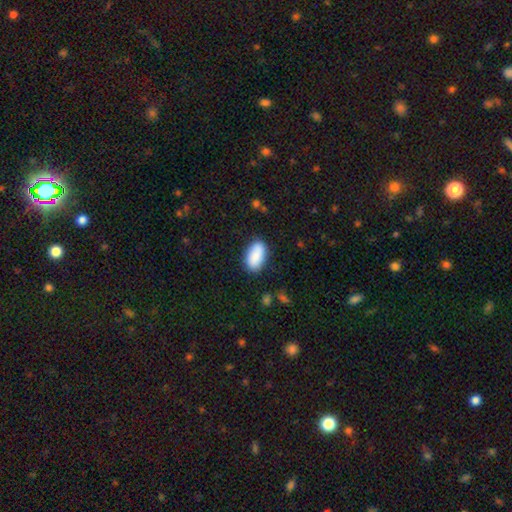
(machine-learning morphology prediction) This appears to be a smooth galaxy with no disk features (88%) that is in between round and cigar-shaped (94%). Merging: none (84%).